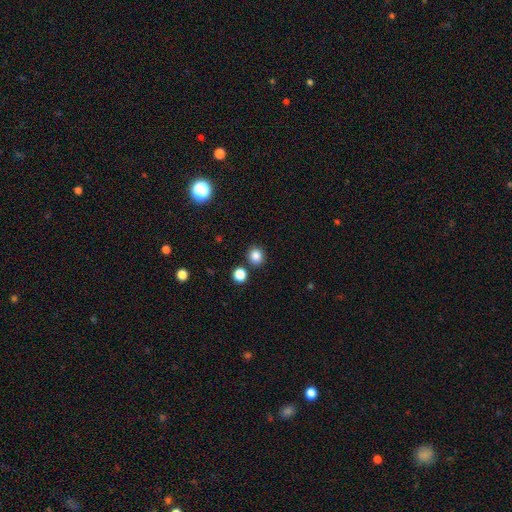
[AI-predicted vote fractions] A smooth galaxy with no disk features (84%) that is round (87%).

Vote fractions:
- Smooth or featured? smooth: 84% / star or artifact: 12% / featured or disk: 4%
- How rounded? round: 87% / in between: 12% / cigar-shaped: 1%
- Merging? none: 85% / minor disturbance: 7% / merger: 6% / major disturbance: 2%